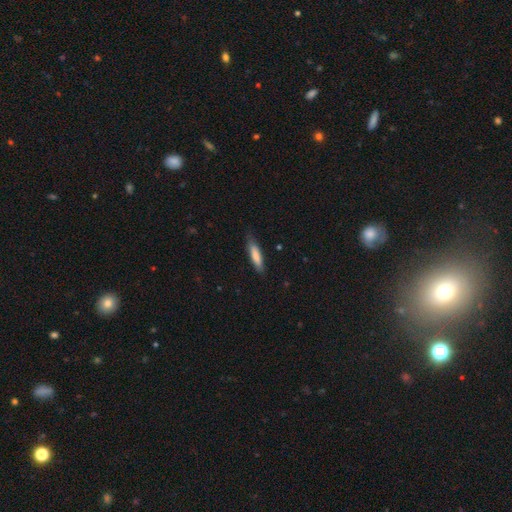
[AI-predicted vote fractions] smooth 79%, featured or disk 15%, star or artifact 6%. Down the decision tree: how rounded — cigar-shaped (76%); merging — none (79%).